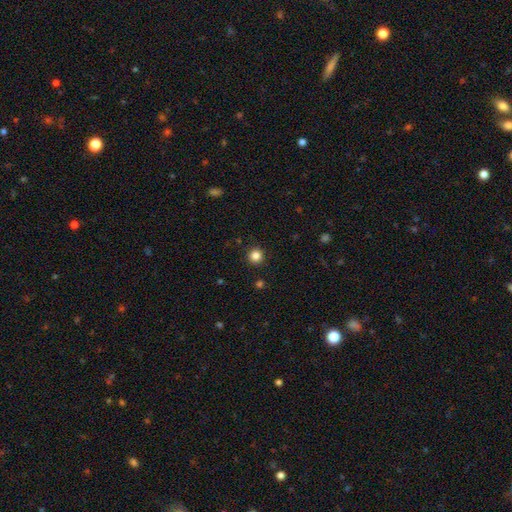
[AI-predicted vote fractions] This is clearly a smooth galaxy (84%). How rounded: clearly round (95%). Merging: clearly none (93%).